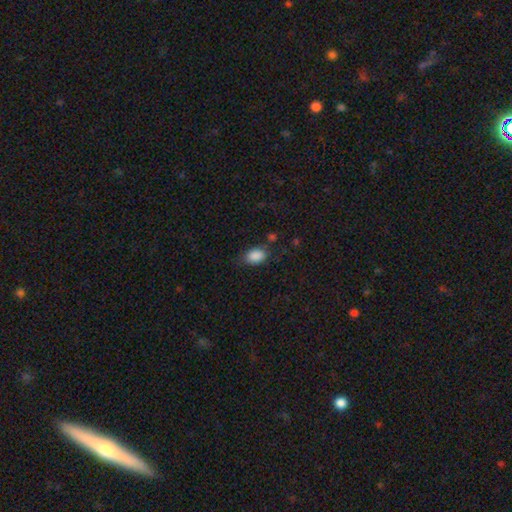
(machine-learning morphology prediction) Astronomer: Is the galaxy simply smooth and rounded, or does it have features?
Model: smooth — 87%.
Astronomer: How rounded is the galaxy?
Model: in between — 85%.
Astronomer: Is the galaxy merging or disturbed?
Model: none — 68%.